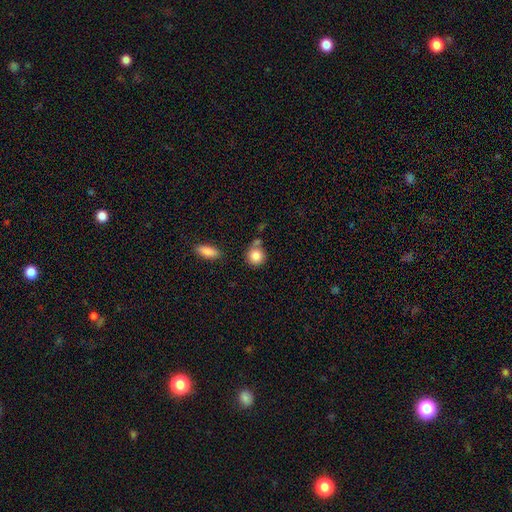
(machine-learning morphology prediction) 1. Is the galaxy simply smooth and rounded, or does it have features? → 83% smooth, 8% featured or disk, 8% star or artifact.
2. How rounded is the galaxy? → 85% round, 13% in between, 1% cigar-shaped.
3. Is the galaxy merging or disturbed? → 61% none, 18% merger, 16% minor disturbance, 5% major disturbance.